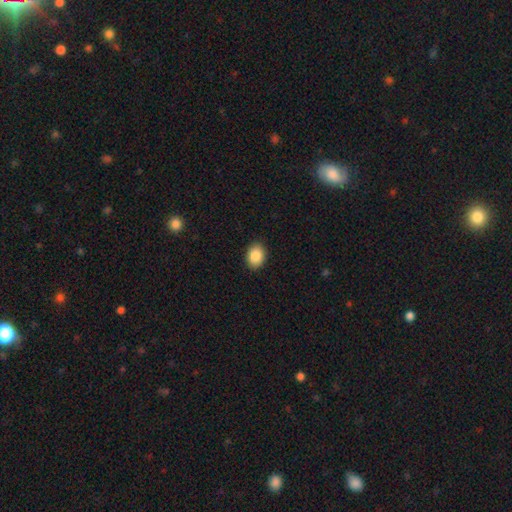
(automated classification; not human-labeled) smooth 89%, star or artifact 7%, featured or disk 4%. Down the decision tree: how rounded — in between (72%); merging — none (89%).